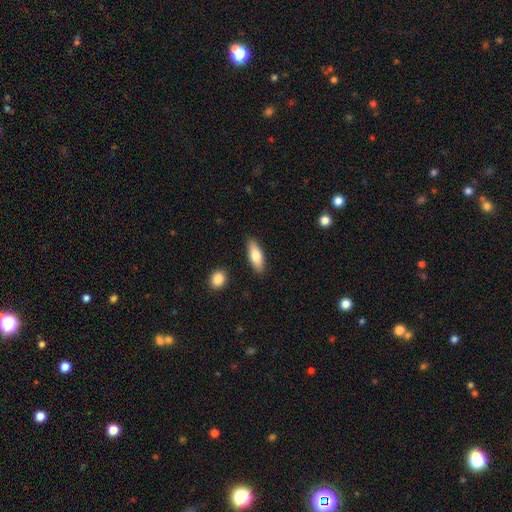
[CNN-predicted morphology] Q: Smooth or featured?
A: smooth (73%); runner-up: featured or disk (21%)
Q: How rounded?
A: in between (64%); runner-up: cigar-shaped (33%)
Q: Merging?
A: none (88%); runner-up: minor disturbance (8%)